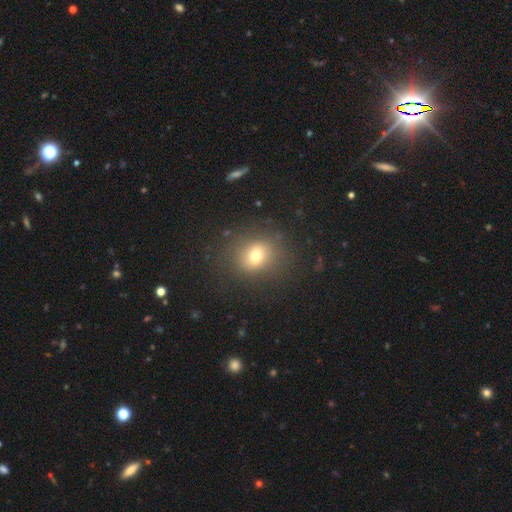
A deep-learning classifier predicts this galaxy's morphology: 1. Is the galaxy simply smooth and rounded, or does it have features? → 71% smooth, 16% star or artifact, 13% featured or disk.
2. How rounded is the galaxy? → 67% round, 32% in between, 1% cigar-shaped.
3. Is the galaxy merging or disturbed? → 81% none, 12% minor disturbance, 6% major disturbance, 2% merger.